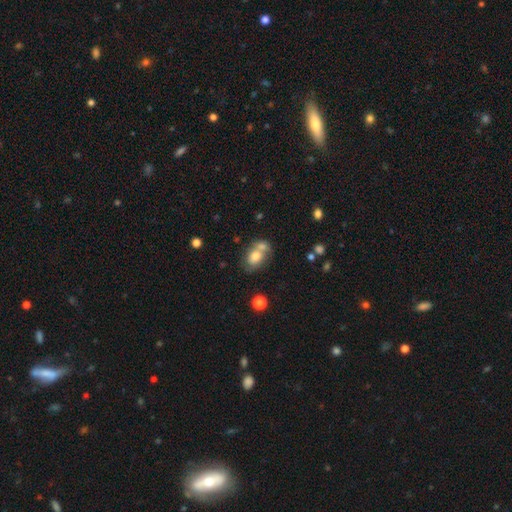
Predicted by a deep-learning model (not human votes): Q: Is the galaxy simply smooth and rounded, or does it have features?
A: smooth — 73%.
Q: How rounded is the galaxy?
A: in between — 74%.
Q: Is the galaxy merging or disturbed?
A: merger — 44%.